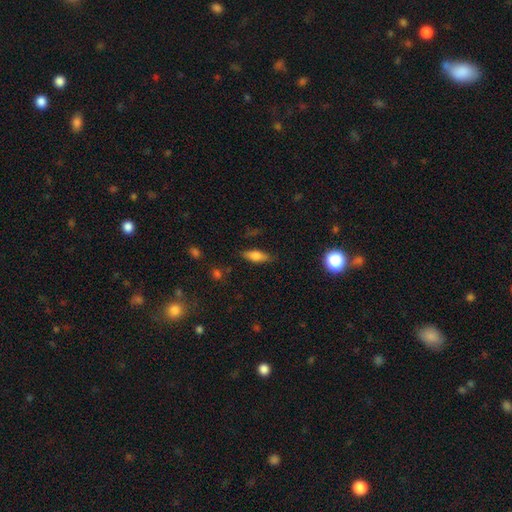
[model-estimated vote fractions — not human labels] The model was most divided on "how rounded": in between: 65%, cigar-shaped: 31%, round: 3%. More confident: merging — none (82%); smooth or featured — smooth (68%).